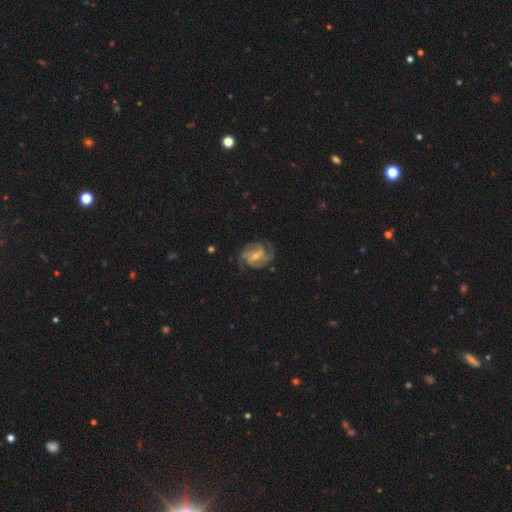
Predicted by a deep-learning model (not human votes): smooth-or-featured: featured or disk: 86% | smooth: 9% | star or artifact: 5%
  disk-edge-on: no: 98% | yes: 2%
    bar: weak: 49% | strong: 27% | no: 24%
    has-spiral-arms: yes: 96% | no: 4%
      spiral-winding: medium: 48% | tight: 36% | loose: 16%
      spiral-arm-count: 2: 39% | 3: 32% | can't tell: 14% | 4: 7% | 1: 4% | more than 4: 4%
    bulge-size: small: 51% | moderate: 43% | none: 2% | large: 2% | dominant: 1%
  merging: none: 70% | minor disturbance: 18% | major disturbance: 10% | merger: 1%